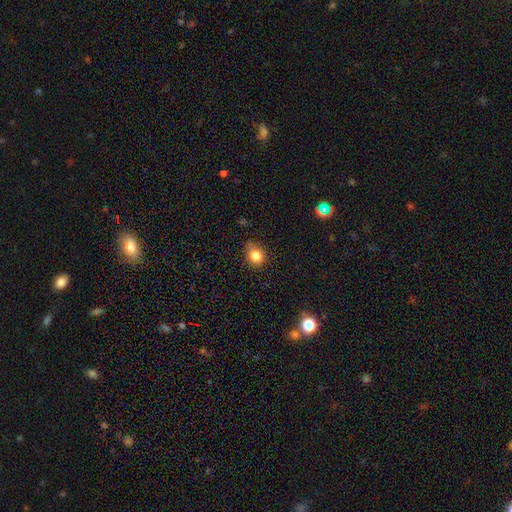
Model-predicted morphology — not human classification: Smooth or featured? smooth (83%)
How rounded? round (81%)
Merging? none (68%)